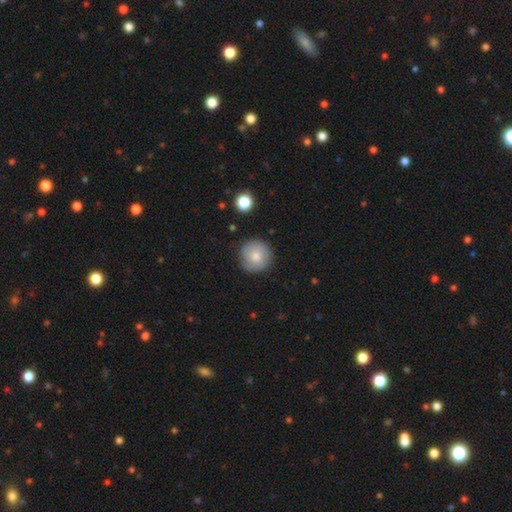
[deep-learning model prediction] smooth-or-featured: smooth: 70% | featured or disk: 23% | star or artifact: 7%
  how-rounded: round: 95% | in between: 4% | cigar-shaped: 1%
  merging: none: 85% | minor disturbance: 11% | major disturbance: 3% | merger: 1%